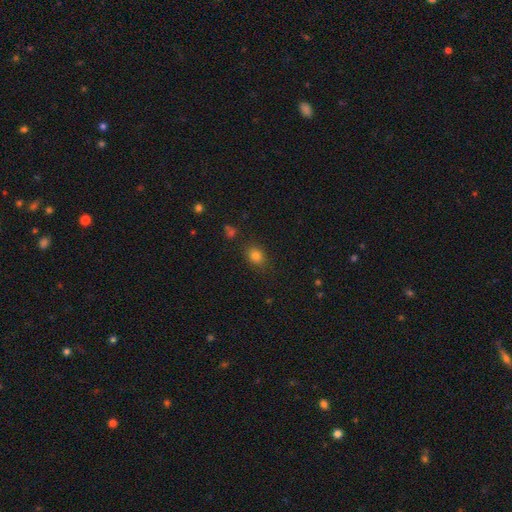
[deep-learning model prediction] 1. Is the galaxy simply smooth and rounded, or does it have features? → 80% smooth, 13% star or artifact, 7% featured or disk.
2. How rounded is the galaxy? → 52% in between, 47% round, 1% cigar-shaped.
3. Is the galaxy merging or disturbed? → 81% none, 13% minor disturbance, 4% major disturbance, 3% merger.